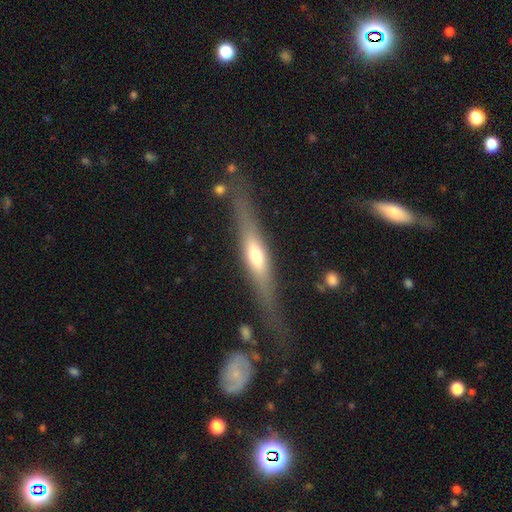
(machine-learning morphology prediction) smooth_or_featured: featured or disk (p=0.59) [alt: smooth p=0.35]
disk_edge_on: yes (p=0.90) [alt: no p=0.10]
edge_on_bulge: rounded (p=0.81) [alt: none p=0.11]
merging: none (p=0.77) [alt: minor disturbance p=0.15]